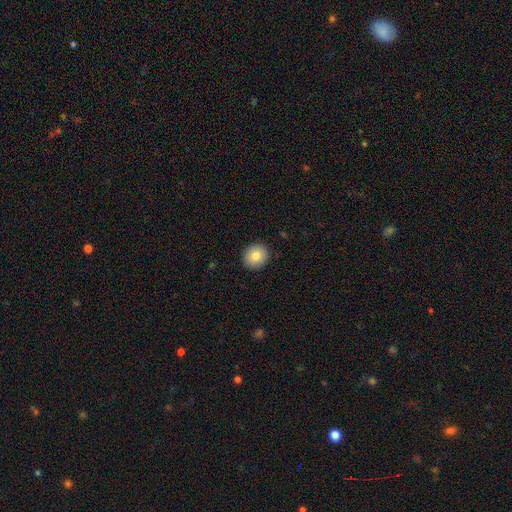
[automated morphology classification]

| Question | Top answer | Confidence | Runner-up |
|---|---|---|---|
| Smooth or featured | smooth | 82% | featured or disk (9%) |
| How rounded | round | 85% | in between (14%) |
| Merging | none | 91% | minor disturbance (6%) |